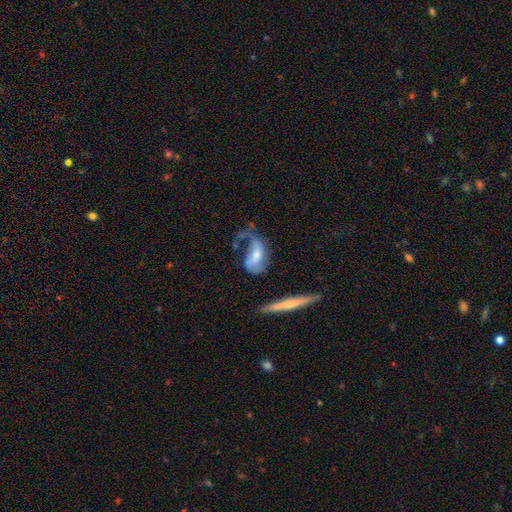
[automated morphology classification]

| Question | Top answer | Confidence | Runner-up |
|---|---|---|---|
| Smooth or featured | featured or disk | 60% | smooth (33%) |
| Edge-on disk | no | 91% | yes (9%) |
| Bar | no | 41% | weak (37%) |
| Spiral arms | yes | 77% | no (23%) |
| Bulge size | moderate | 42% | small (29%) |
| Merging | major disturbance | 43% | none (28%) |